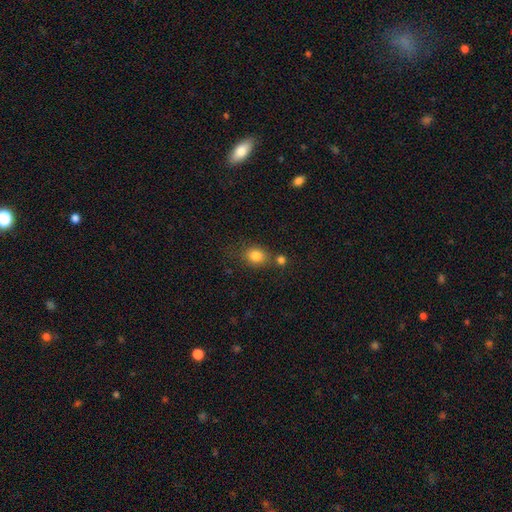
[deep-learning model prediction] smooth_or_featured: smooth (p=0.82) [alt: star or artifact p=0.11]
how_rounded: round (p=0.60) [alt: in between p=0.39]
merging: none (p=0.63) [alt: merger p=0.19]